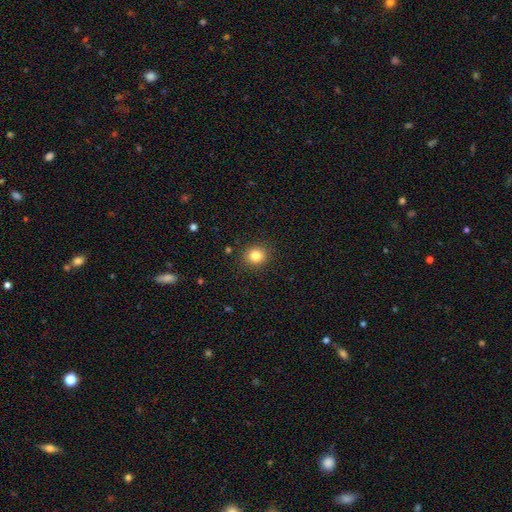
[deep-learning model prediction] Smooth or featured?
  - smooth: 83% *
  - star or artifact: 12%
  - featured or disk: 5%
How rounded?
  - round: 84% *
  - in between: 15%
  - cigar-shaped: 1%
Merging?
  - none: 90% *
  - minor disturbance: 7%
  - major disturbance: 2%
  - merger: 1%